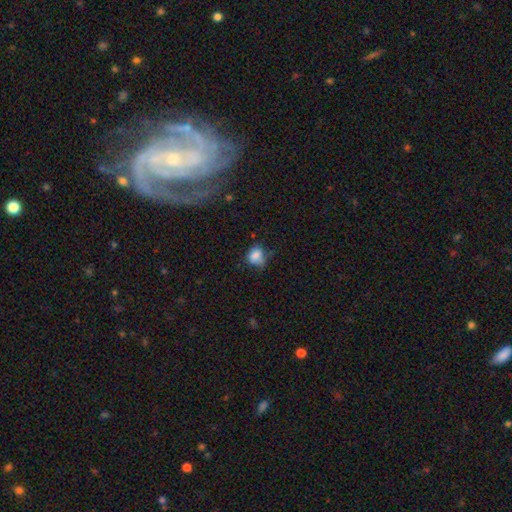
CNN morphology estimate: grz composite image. It shows a smooth galaxy with no disk features (81%) that is round (53%). Merging: none (46%).